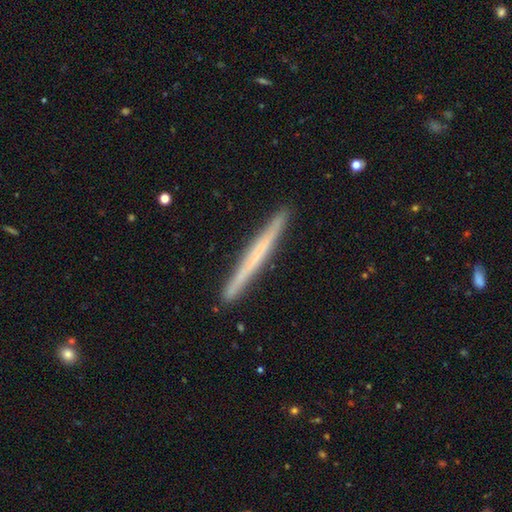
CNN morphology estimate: A featured or disk galaxy (50%). Merging: none (92%).